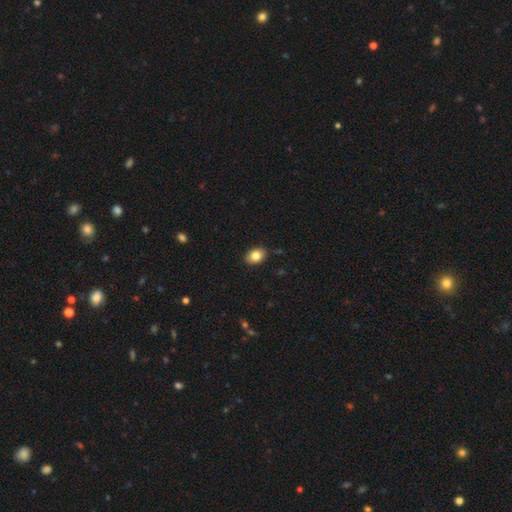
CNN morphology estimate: Smooth or featured: smooth — 83% (featured or disk — 9%)
How rounded: in between — 75% (round — 24%)
Merging: none — 87% (minor disturbance — 10%)